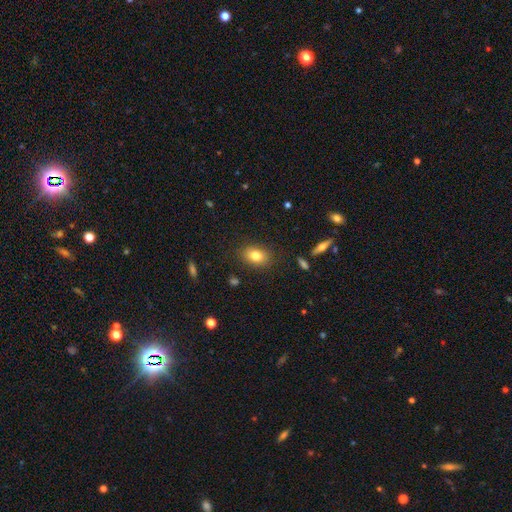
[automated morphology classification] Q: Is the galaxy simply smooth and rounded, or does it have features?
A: smooth — 80%.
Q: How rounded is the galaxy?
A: in between — 75%.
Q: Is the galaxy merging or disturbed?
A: none — 85%.